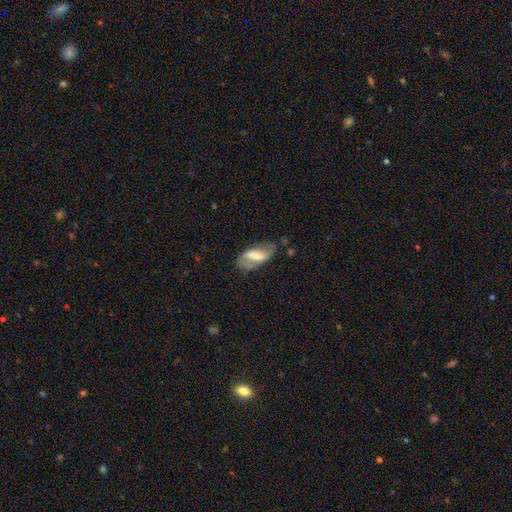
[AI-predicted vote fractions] Overall: featured or disk (55%; smooth 39%). Edge-on disk: no (92%). Bar: strong (50%; weak 35%). Spiral arms: yes (71%). Bulge size: moderate (43%; small 32%). Merging: none (60%; minor disturbance 26%).